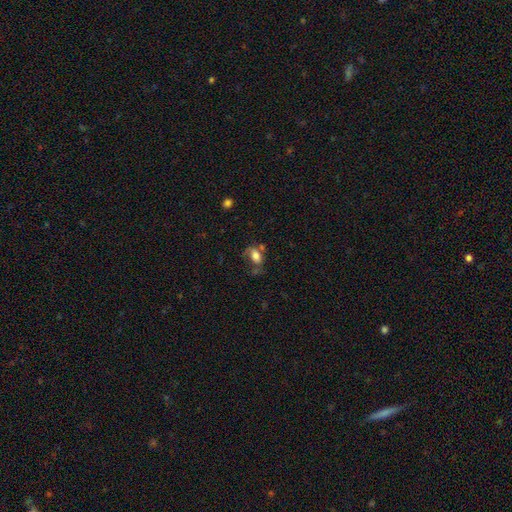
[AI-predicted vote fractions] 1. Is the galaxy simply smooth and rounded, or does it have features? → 68% smooth, 22% featured or disk, 10% star or artifact.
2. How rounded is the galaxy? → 85% in between, 13% round, 2% cigar-shaped.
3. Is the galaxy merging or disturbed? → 36% none, 26% major disturbance, 25% minor disturbance, 12% merger.